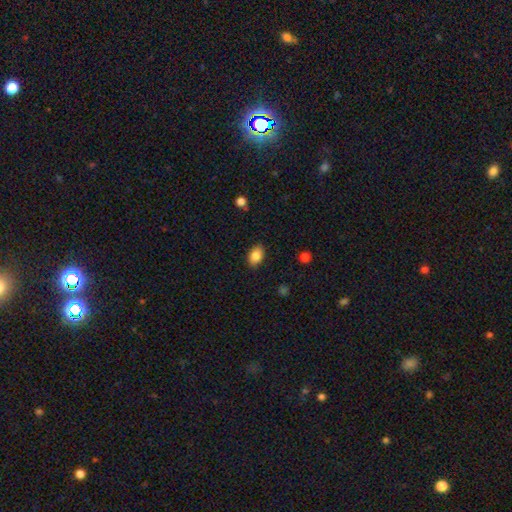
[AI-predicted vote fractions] A smooth galaxy with no disk features (86%) that is in between round and cigar-shaped (86%). Merging: none (88%).